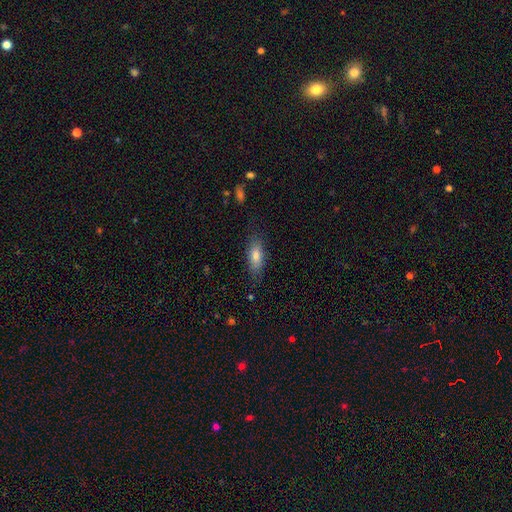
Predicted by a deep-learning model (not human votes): A smooth galaxy with no disk features (74%) that is in between round and cigar-shaped (60%). Merging: none (79%).